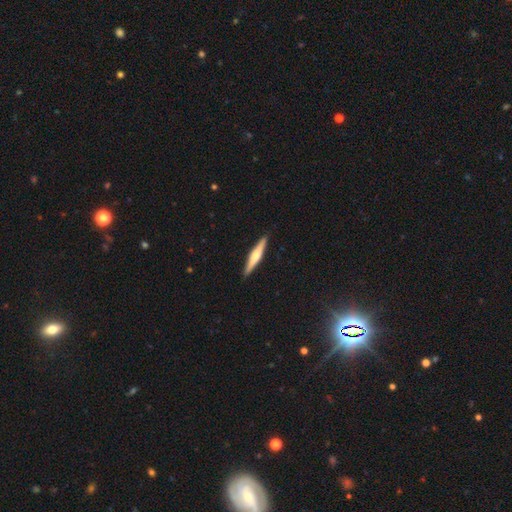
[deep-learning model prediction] smooth-or-featured: featured or disk: 62% | smooth: 33% | star or artifact: 5%
  disk-edge-on: yes: 98% | no: 2%
    edge-on-bulge: rounded: 84% | boxy: 10% | none: 7%
  merging: none: 92% | minor disturbance: 6% | major disturbance: 1% | merger: 1%